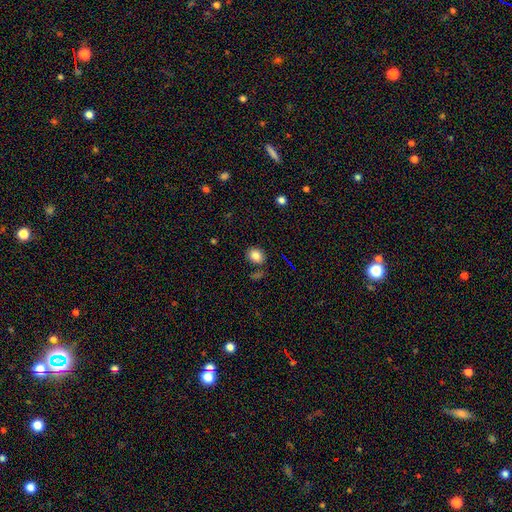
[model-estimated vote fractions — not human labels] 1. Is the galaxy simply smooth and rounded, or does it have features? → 84% smooth, 10% star or artifact, 6% featured or disk.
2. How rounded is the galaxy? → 52% round, 47% in between, 1% cigar-shaped.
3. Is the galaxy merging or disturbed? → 78% none, 12% minor disturbance, 6% merger, 4% major disturbance.